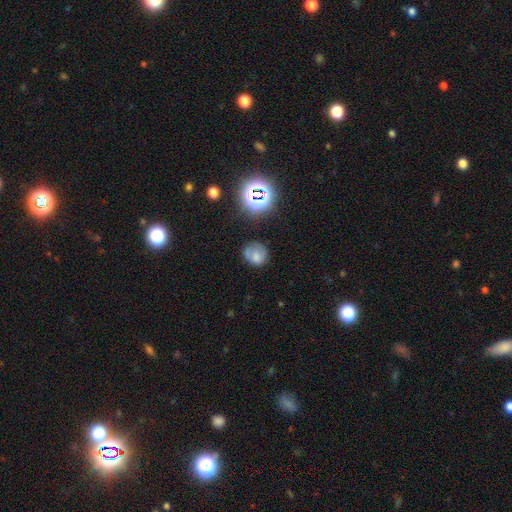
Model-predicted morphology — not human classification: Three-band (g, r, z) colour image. It shows a smooth galaxy with no disk features (64%) that is round (77%). Merging: none (57%).